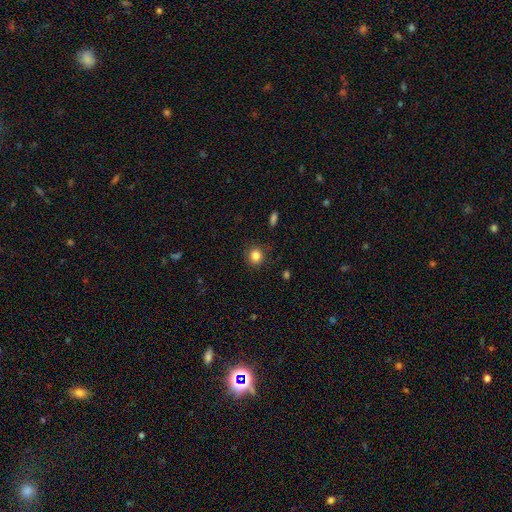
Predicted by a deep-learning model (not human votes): Smooth or featured? Predicted: smooth (p=0.85). How rounded? Predicted: round (p=0.85). Merging? Predicted: none (p=0.86).